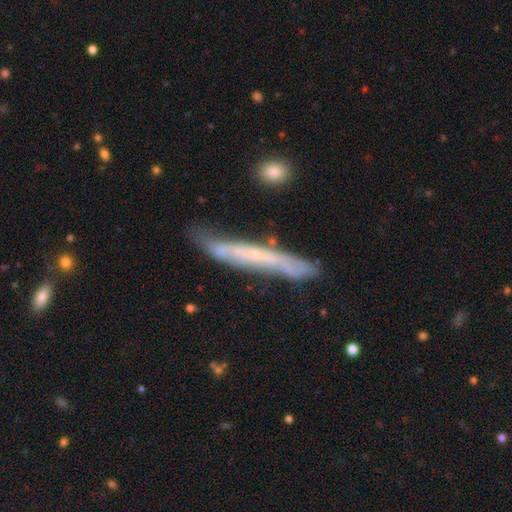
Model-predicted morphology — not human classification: smooth_or_featured: featured or disk (p=0.62) [alt: smooth p=0.31]
disk_edge_on: yes (p=0.75) [alt: no p=0.25]
merging: none (p=0.68) [alt: minor disturbance p=0.23]